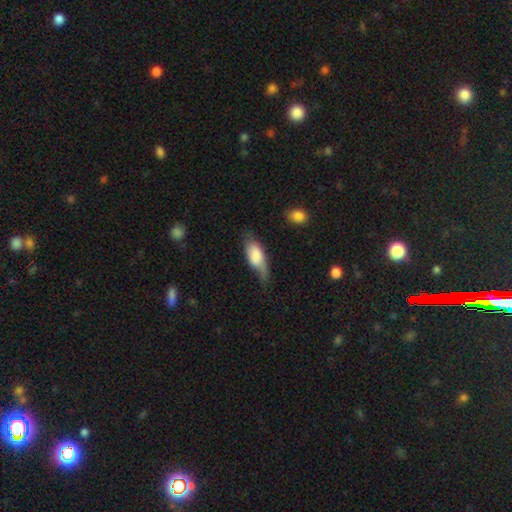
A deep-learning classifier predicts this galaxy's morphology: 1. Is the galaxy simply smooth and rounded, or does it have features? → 73% smooth, 21% featured or disk, 6% star or artifact.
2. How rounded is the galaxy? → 80% in between, 18% cigar-shaped, 3% round.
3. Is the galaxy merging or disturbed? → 41% none, 40% minor disturbance, 16% major disturbance, 3% merger.